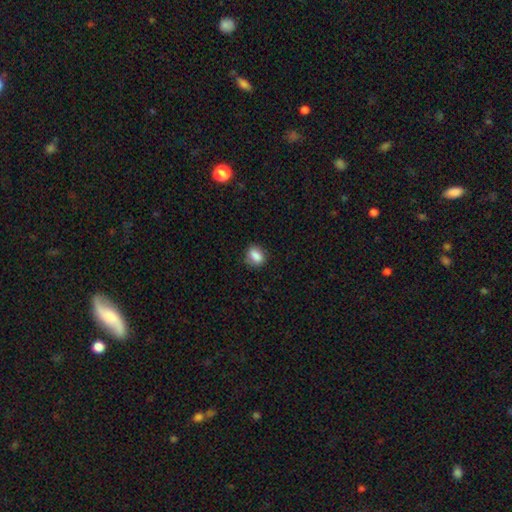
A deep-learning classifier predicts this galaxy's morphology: Overall: smooth (86%). How rounded: in between (64%; round 34%). Merging: none (80%).